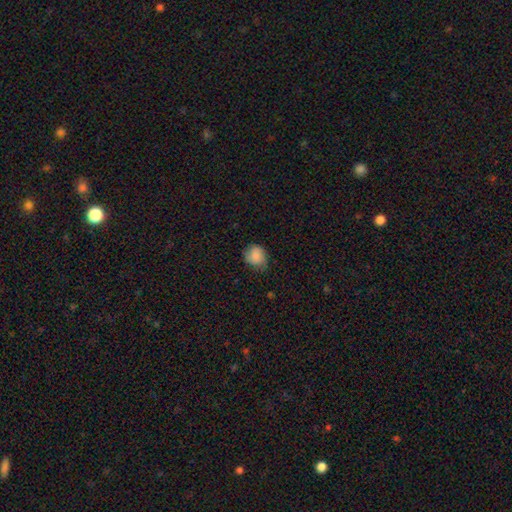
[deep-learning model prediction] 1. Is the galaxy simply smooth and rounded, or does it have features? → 80% smooth, 12% featured or disk, 8% star or artifact.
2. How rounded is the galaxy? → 69% round, 30% in between, 1% cigar-shaped.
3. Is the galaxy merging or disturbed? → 71% none, 23% minor disturbance, 5% major disturbance, 1% merger.